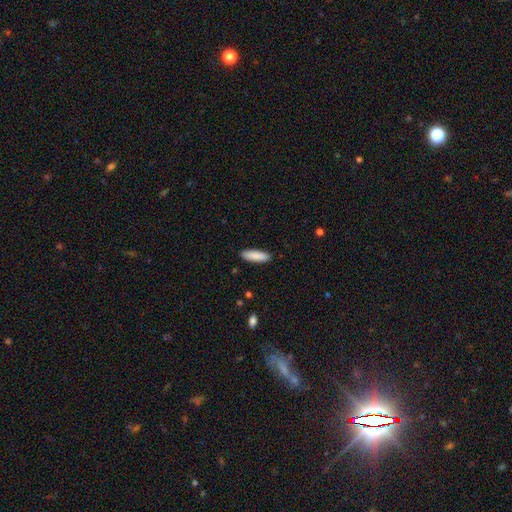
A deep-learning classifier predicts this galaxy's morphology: smooth_or_featured: smooth (p=0.88) [alt: featured or disk p=0.06]
how_rounded: cigar-shaped (p=0.58) [alt: in between p=0.41]
merging: none (p=0.90) [alt: minor disturbance p=0.07]